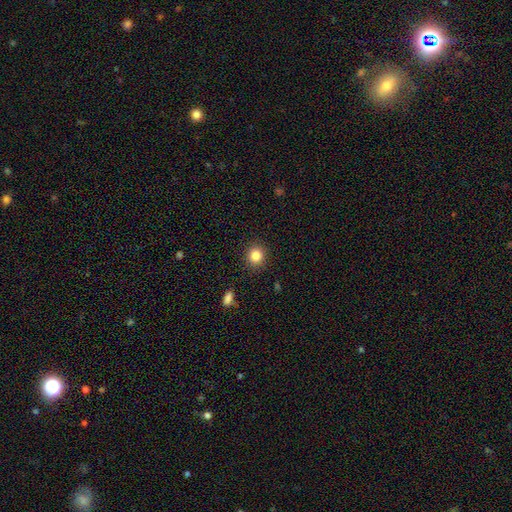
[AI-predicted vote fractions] This is clearly a smooth galaxy (84%). How rounded: clearly round (88%). Merging: clearly none (90%).